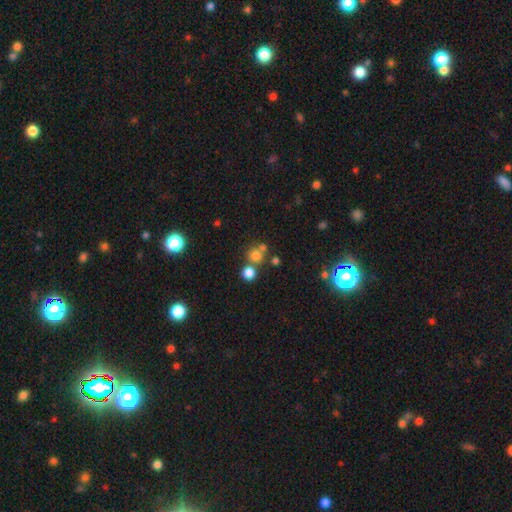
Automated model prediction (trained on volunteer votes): This appears to be a smooth galaxy with no disk features (70%) that is round (89%). Merging: none (60%).